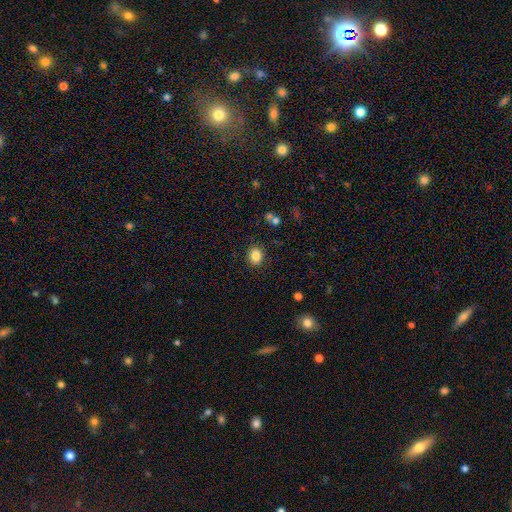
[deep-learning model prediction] smooth-or-featured: smooth: 85% | star or artifact: 10% | featured or disk: 6%
  how-rounded: round: 50% | in between: 49% | cigar-shaped: 1%
  merging: none: 87% | minor disturbance: 9% | major disturbance: 3% | merger: 2%